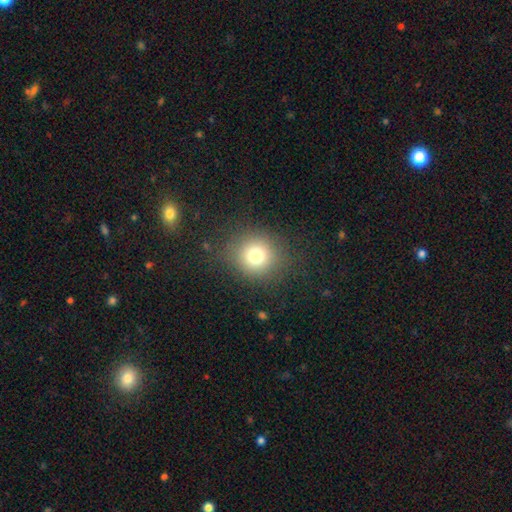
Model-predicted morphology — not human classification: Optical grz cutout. It shows a smooth galaxy with no disk features (75%) that is round (89%). Merging: none (85%).